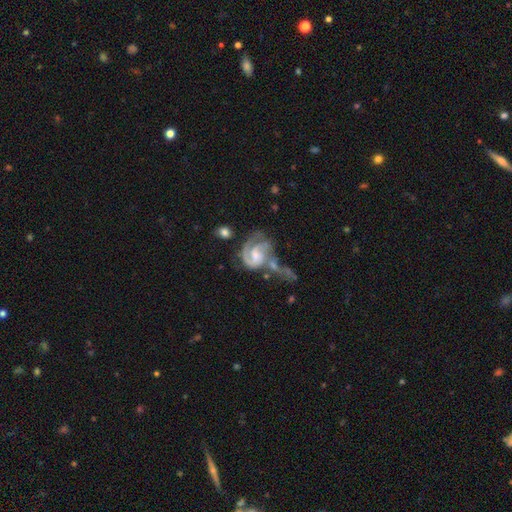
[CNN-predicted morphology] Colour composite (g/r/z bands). It shows a featured or disk galaxy (84%) with a weak bar (47%), 2 (64%) medium (44%) spiral arms (94%) and a small central bulge (43%). Merging: merger (31%).